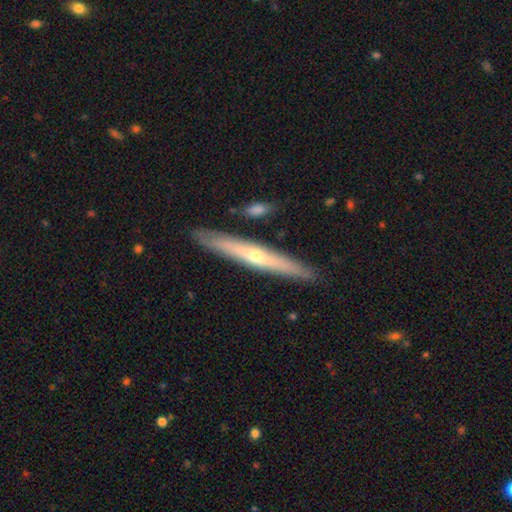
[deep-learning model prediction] Morphology: type=featured or disk (64%); edge-on=yes (92%); edge-on bulge=rounded (73%); merging=none (88%).